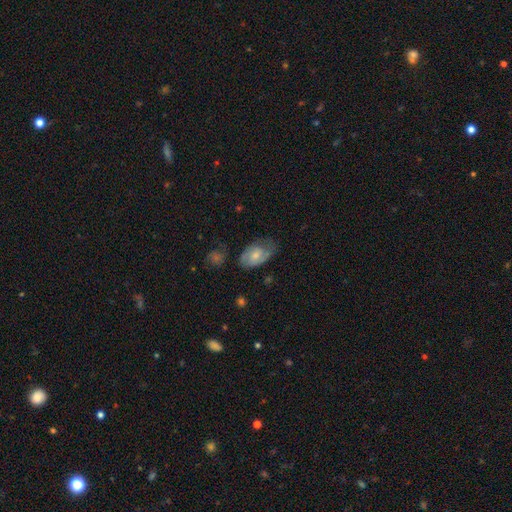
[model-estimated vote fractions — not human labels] Smooth or featured? Predicted: smooth (p=0.53). How rounded? Predicted: in between (p=0.89). Merging? Predicted: none (p=0.51).